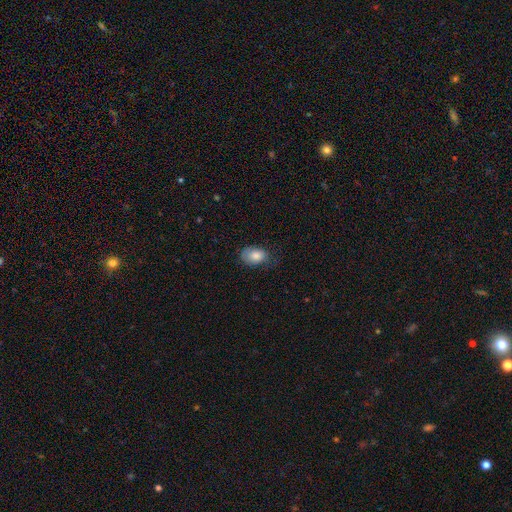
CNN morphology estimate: Q: Smooth or featured?
A: smooth (82%); runner-up: featured or disk (10%)
Q: How rounded?
A: in between (83%); runner-up: round (16%)
Q: Merging?
A: none (61%); runner-up: minor disturbance (29%)